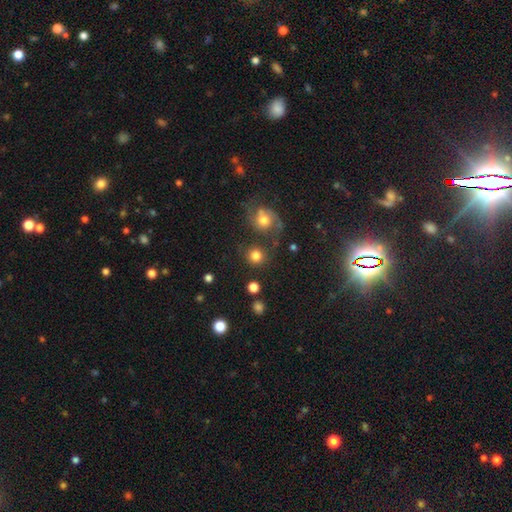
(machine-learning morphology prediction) Smooth or featured? Predicted: smooth (p=0.80). How rounded? Predicted: round (p=0.91). Merging? Predicted: none (p=0.75).